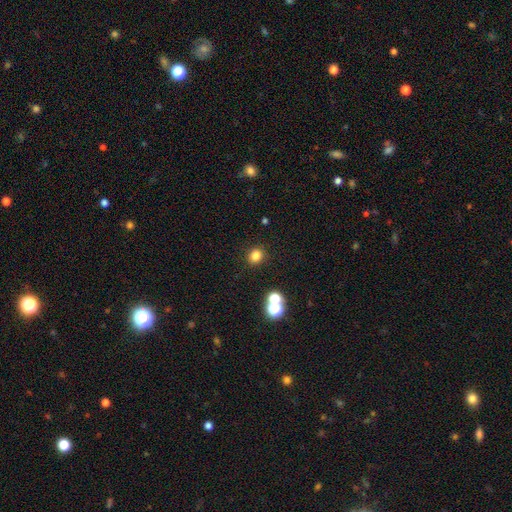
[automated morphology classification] smooth_or_featured: smooth (p=0.80) [alt: star or artifact p=0.15]
how_rounded: round (p=0.78) [alt: in between p=0.21]
merging: none (p=0.86) [alt: minor disturbance p=0.07]